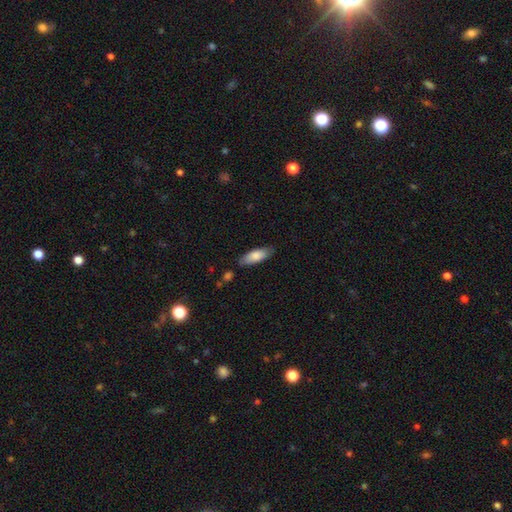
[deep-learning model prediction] A smooth galaxy with no disk features (80%) that is in between round and cigar-shaped (68%). Merging: none (80%).